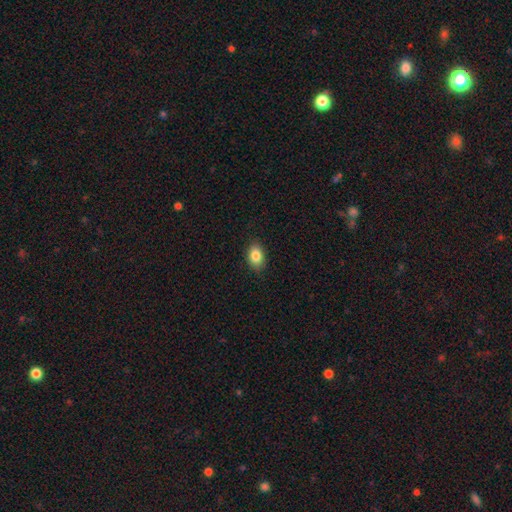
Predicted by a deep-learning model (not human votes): smooth 85%, star or artifact 9%, featured or disk 7%. Down the decision tree: how rounded — in between (80%); merging — none (87%).